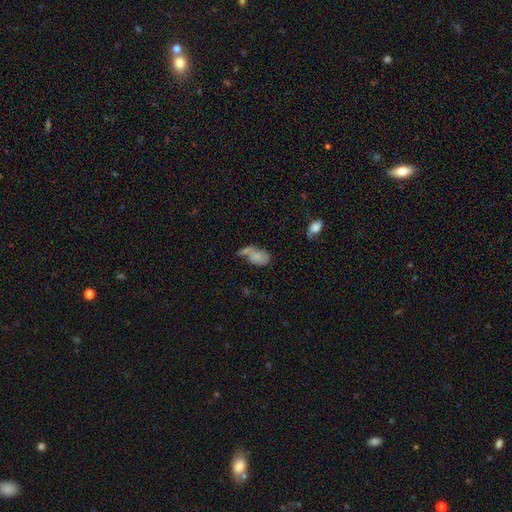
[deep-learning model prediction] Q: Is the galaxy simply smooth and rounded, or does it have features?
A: smooth — 69%.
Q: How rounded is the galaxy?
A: in between — 87%.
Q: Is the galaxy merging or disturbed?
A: merger — 34%.